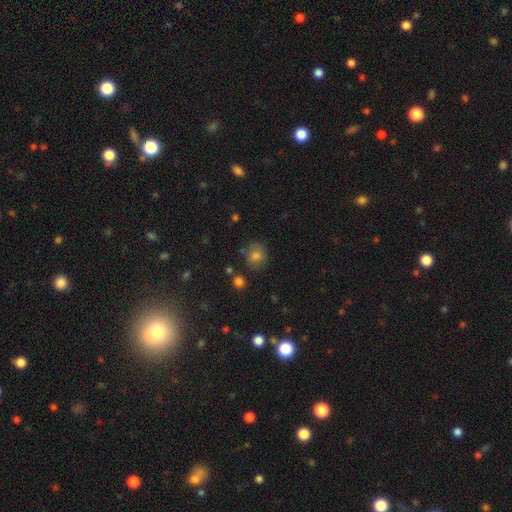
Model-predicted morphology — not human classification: Overall: smooth (74%). How rounded: round (69%; in between 30%). Merging: none (75%).